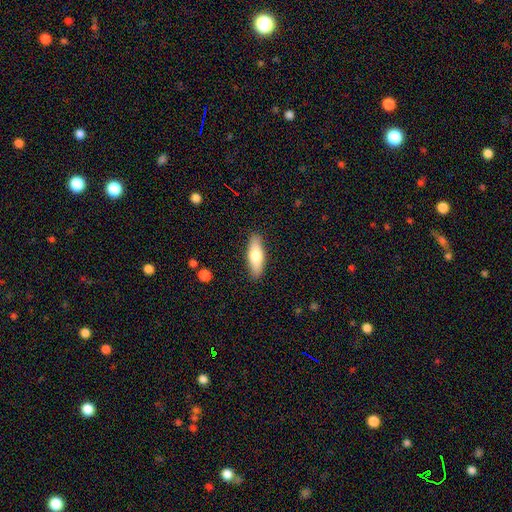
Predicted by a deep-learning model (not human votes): The model was most divided on "how rounded": in between: 55%, cigar-shaped: 43%, round: 2%. More confident: merging — none (88%); smooth or featured — smooth (69%).